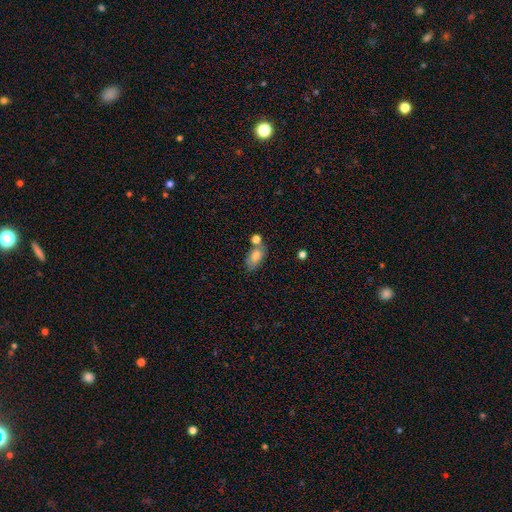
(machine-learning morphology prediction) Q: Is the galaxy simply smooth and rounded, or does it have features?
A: smooth — 77%.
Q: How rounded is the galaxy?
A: in between — 88%.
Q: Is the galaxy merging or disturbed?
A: none — 51%.